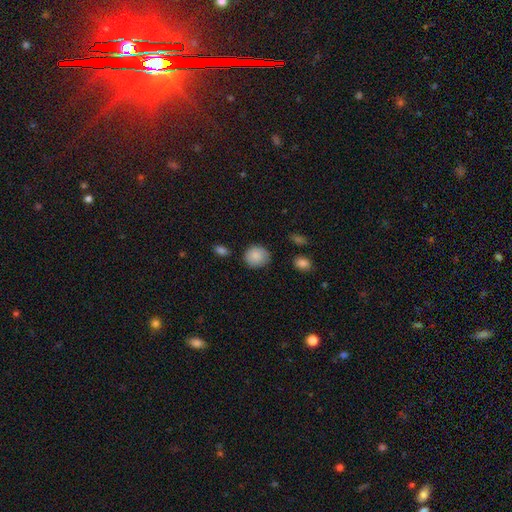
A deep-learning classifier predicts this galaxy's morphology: Smooth or featured: smooth — 85% (featured or disk — 7%)
How rounded: round — 82% (in between — 17%)
Merging: none — 78% (minor disturbance — 17%)